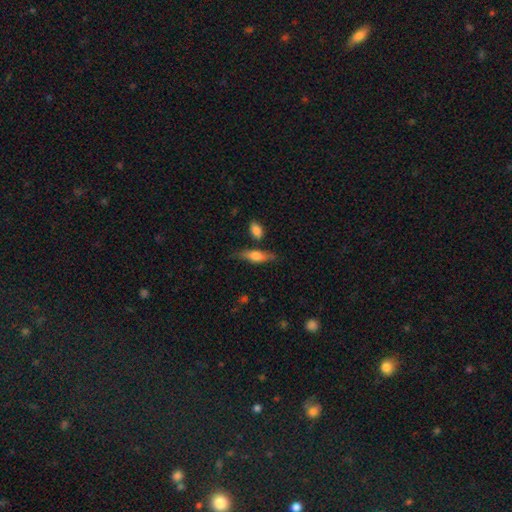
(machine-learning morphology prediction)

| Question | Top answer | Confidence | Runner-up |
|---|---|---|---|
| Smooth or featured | smooth | 55% | featured or disk (38%) |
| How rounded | cigar-shaped | 54% | in between (42%) |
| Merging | none | 71% | minor disturbance (16%) |